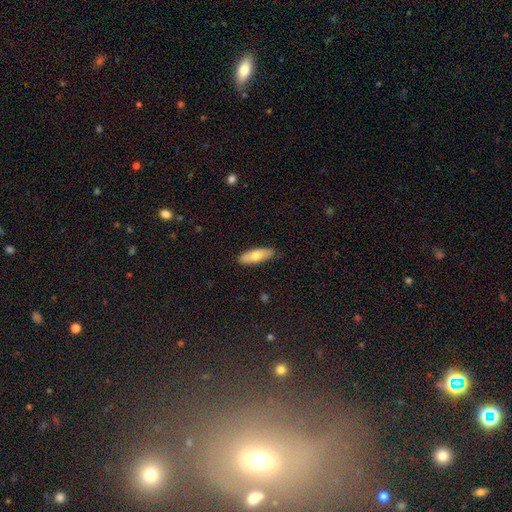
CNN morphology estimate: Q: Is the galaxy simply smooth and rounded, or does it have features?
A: smooth — 68%.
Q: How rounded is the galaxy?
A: in between — 60%.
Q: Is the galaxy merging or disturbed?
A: none — 85%.